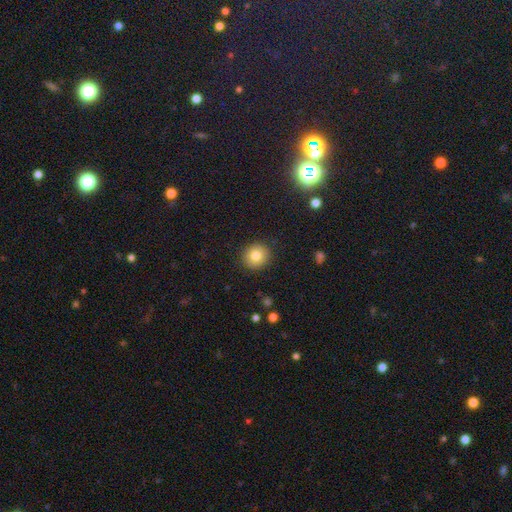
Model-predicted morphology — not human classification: This appears to be a smooth galaxy with no disk features (82%) that is round (90%). Merging: none (91%).